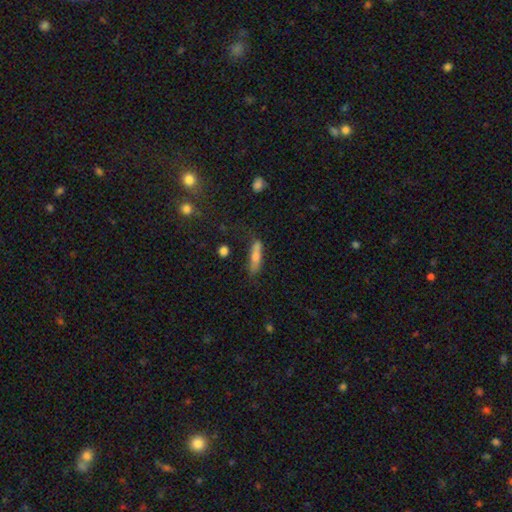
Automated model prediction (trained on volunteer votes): Smooth or featured? smooth (71%)
How rounded? cigar-shaped (73%)
Merging? none (64%)